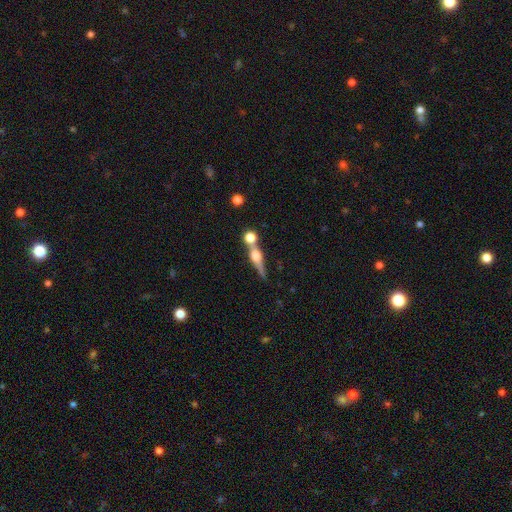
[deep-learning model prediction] Smooth or featured? Predicted: featured or disk (p=0.62). Edge-on disk? Predicted: yes (p=0.93). Edge-on bulge? Predicted: rounded (p=0.91). Merging? Predicted: none (p=0.54).